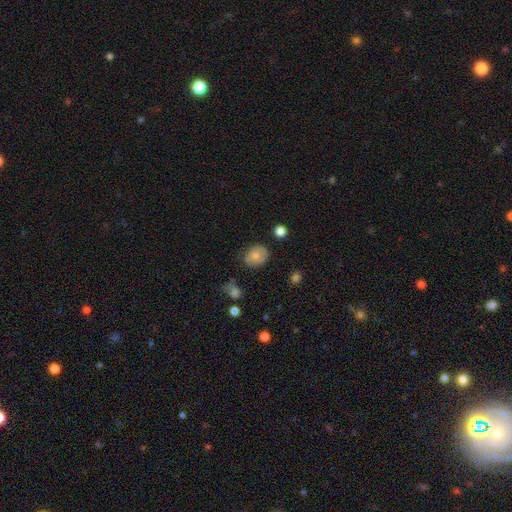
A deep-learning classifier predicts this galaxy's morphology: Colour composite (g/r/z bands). It shows a smooth galaxy with no disk features (72%) that is in between round and cigar-shaped (52%). Merging: none (68%).